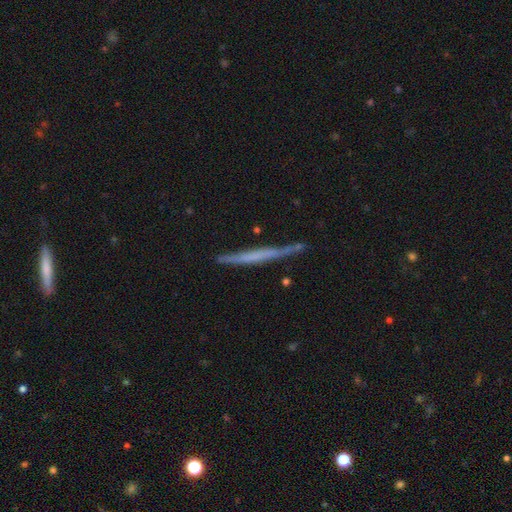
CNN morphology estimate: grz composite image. It shows a featured or disk galaxy (55%) viewed edge-on (96%) with no central bulge (84%). Merging: none (80%).